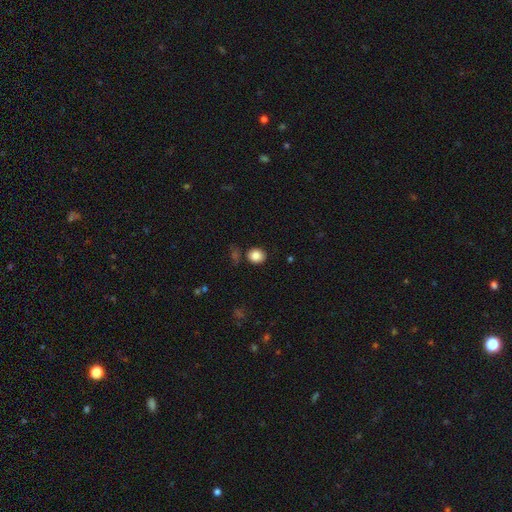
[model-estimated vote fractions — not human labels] Q: Smooth or featured?
A: smooth (85%); runner-up: star or artifact (10%)
Q: How rounded?
A: round (75%); runner-up: in between (24%)
Q: Merging?
A: none (82%); runner-up: minor disturbance (11%)